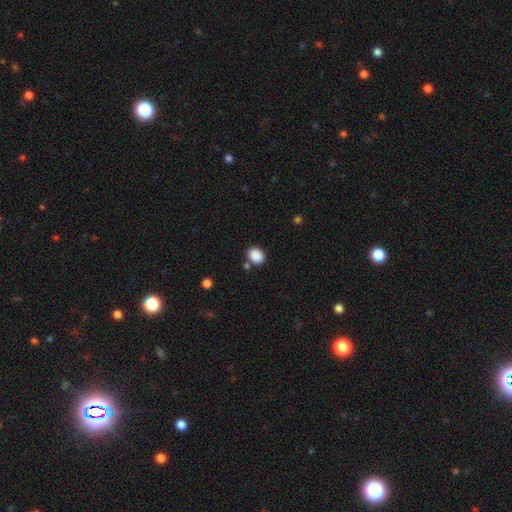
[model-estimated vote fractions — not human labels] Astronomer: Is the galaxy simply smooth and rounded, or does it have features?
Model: smooth — 88%.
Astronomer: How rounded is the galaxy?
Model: round — 51% (runner-up: in between, 48%).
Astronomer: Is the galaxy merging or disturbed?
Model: none — 78%.